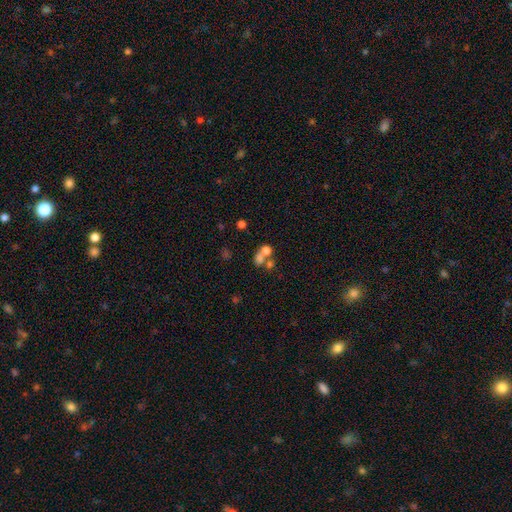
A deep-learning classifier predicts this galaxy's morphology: The model was most divided on "merging": merger: 50%, none: 38%, minor disturbance: 7%, major disturbance: 6%. More confident: how rounded — round (68%); smooth or featured — smooth (56%).